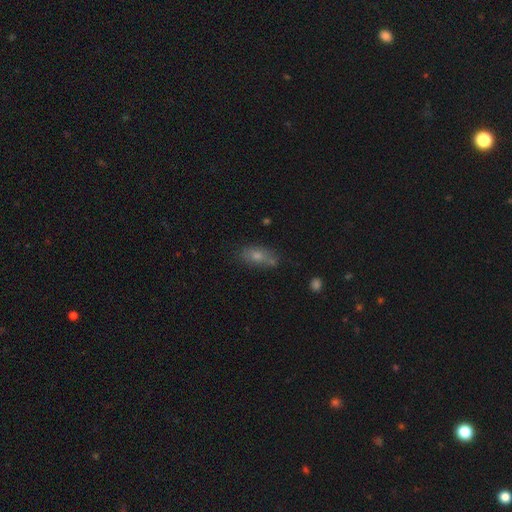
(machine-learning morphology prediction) Smooth or featured: smooth — 64% (featured or disk — 18%)
How rounded: in between — 76% (cigar-shaped — 13%)
Merging: none — 68% (minor disturbance — 20%)